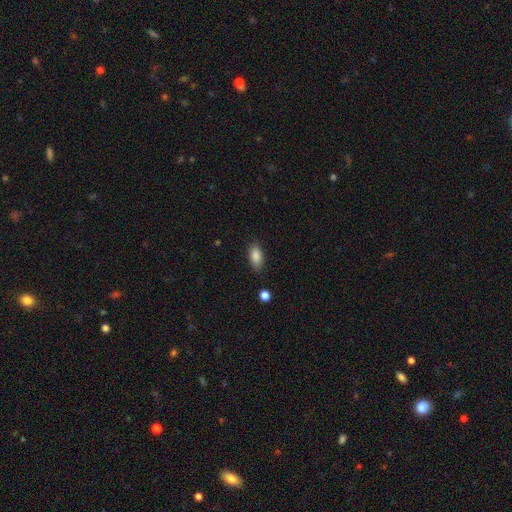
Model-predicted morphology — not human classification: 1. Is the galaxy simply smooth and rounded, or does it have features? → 86% smooth, 8% star or artifact, 7% featured or disk.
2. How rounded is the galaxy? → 87% in between, 9% cigar-shaped, 4% round.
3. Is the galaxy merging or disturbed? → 83% none, 13% minor disturbance, 3% major disturbance, 2% merger.